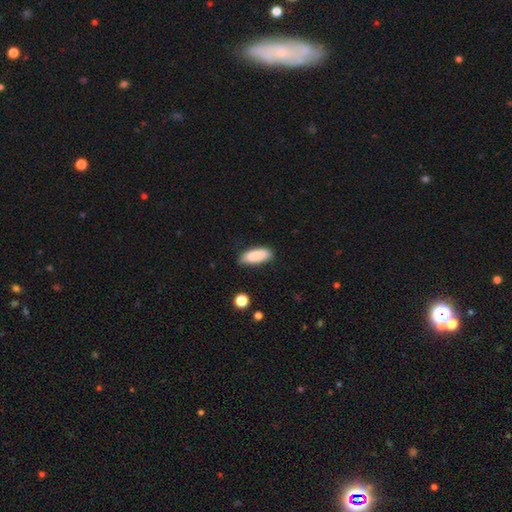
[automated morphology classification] Overall: smooth (84%). How rounded: in between (74%). Merging: none (78%).